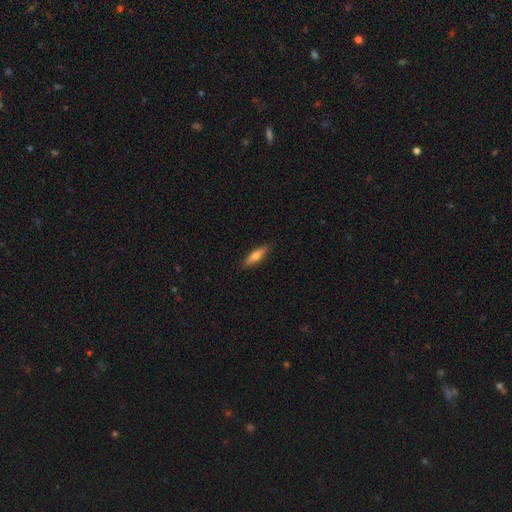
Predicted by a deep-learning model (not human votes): smooth-or-featured: smooth: 64% | featured or disk: 30% | star or artifact: 6%
  how-rounded: cigar-shaped: 62% | in between: 36% | round: 2%
  merging: none: 88% | minor disturbance: 9% | major disturbance: 2% | merger: 1%